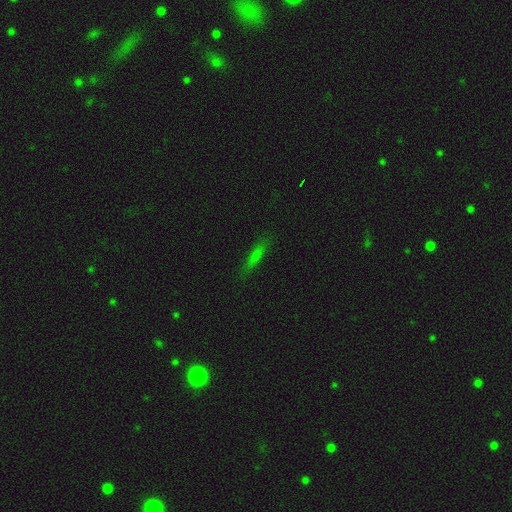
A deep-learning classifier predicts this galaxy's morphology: Smooth or featured?
  - smooth: 58% *
  - featured or disk: 25%
  - star or artifact: 17%
How rounded?
  - cigar-shaped: 82% *
  - in between: 15%
  - round: 3%
Merging?
  - none: 83% *
  - minor disturbance: 12%
  - major disturbance: 3%
  - merger: 1%